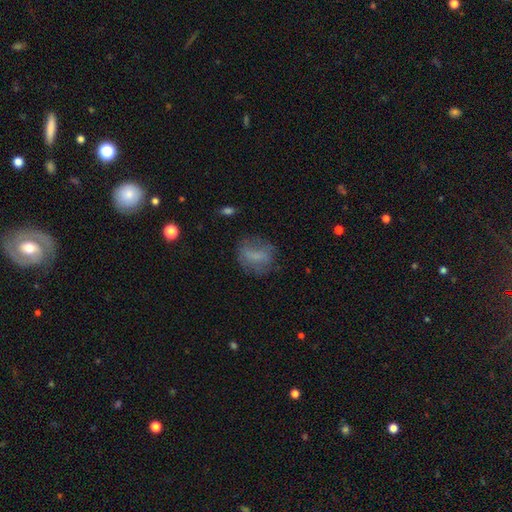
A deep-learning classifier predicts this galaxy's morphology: Smooth or featured: smooth — 61% (featured or disk — 28%)
How rounded: in between — 50% (round — 46%)
Merging: none — 61% (minor disturbance — 21%)